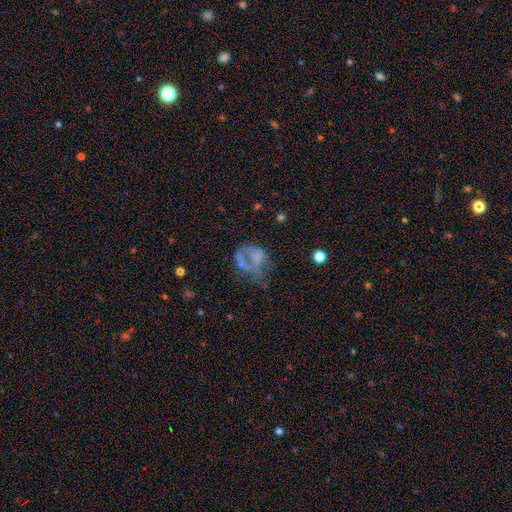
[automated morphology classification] Smooth or featured?
  - featured or disk: 48% *
  - smooth: 36%
  - star or artifact: 16%
Merging?
  - major disturbance: 42% *
  - none: 25%
  - minor disturbance: 18%
  - merger: 15%